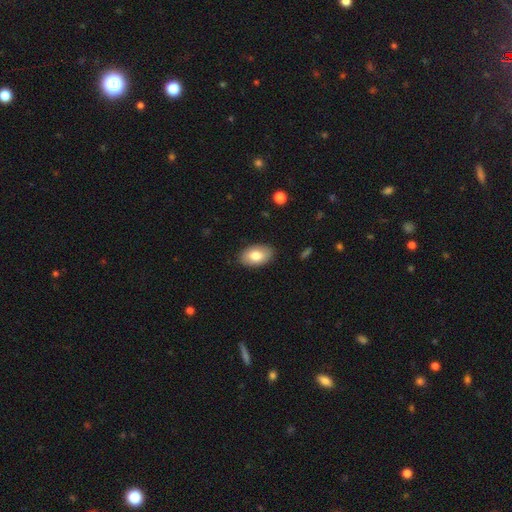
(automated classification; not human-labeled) A smooth galaxy with no disk features (78%) that is in between round and cigar-shaped (93%).

Vote fractions:
- Smooth or featured? smooth: 78% / featured or disk: 16% / star or artifact: 6%
- How rounded? in between: 93% / round: 6% / cigar-shaped: 1%
- Merging? none: 87% / minor disturbance: 10% / major disturbance: 2% / merger: 1%